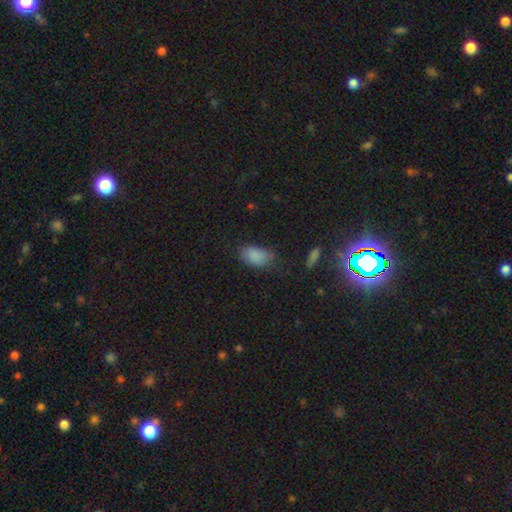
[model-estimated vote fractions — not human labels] The model was most divided on "merging": none: 63%, minor disturbance: 26%, major disturbance: 8%, merger: 2%. More confident: how rounded — in between (91%); smooth or featured — smooth (84%).